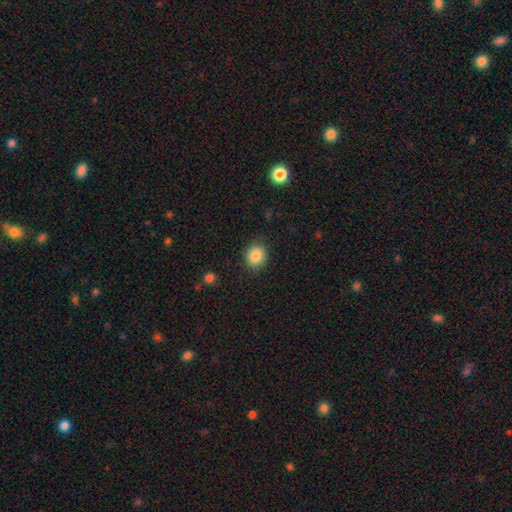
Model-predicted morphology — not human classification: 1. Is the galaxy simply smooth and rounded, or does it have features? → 86% smooth, 9% star or artifact, 5% featured or disk.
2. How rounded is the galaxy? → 77% round, 22% in between, 1% cigar-shaped.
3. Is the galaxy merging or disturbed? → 86% none, 10% minor disturbance, 3% major disturbance, 1% merger.